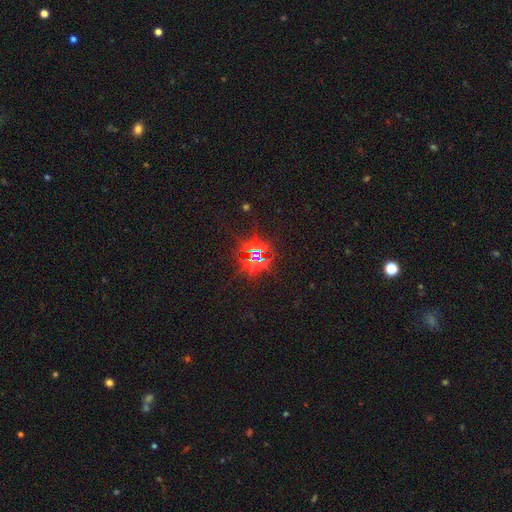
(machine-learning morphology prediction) smooth-or-featured: star or artifact: 81% | smooth: 10% | featured or disk: 9%